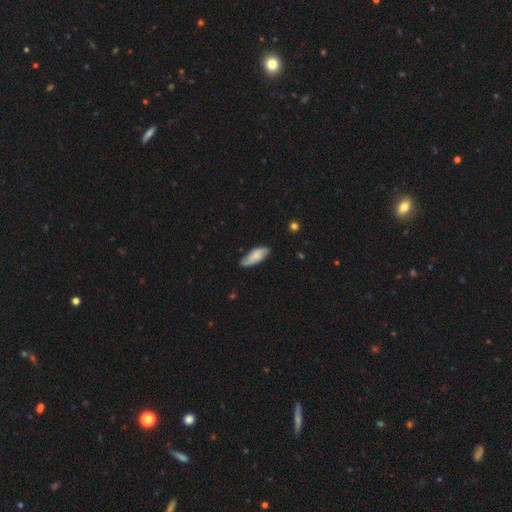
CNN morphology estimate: smooth_or_featured: smooth (p=0.53) [alt: featured or disk p=0.41]
how_rounded: in between (p=0.74) [alt: cigar-shaped p=0.24]
merging: none (p=0.74) [alt: minor disturbance p=0.21]